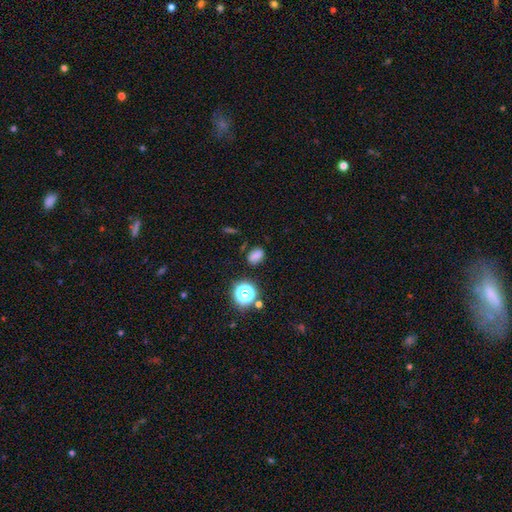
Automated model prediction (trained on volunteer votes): smooth 75%, star or artifact 19%, featured or disk 6%. Down the decision tree: how rounded — in between (70%); merging — none (79%).